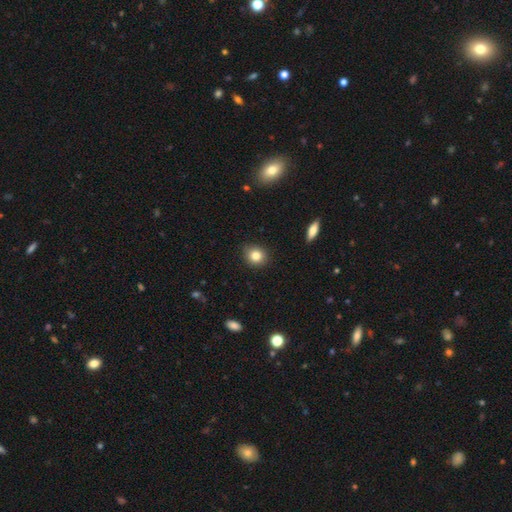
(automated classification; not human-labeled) Smooth or featured?
  - smooth: 82% *
  - star or artifact: 10%
  - featured or disk: 7%
How rounded?
  - round: 78% *
  - in between: 21%
  - cigar-shaped: 1%
Merging?
  - none: 87% *
  - minor disturbance: 10%
  - major disturbance: 2%
  - merger: 1%